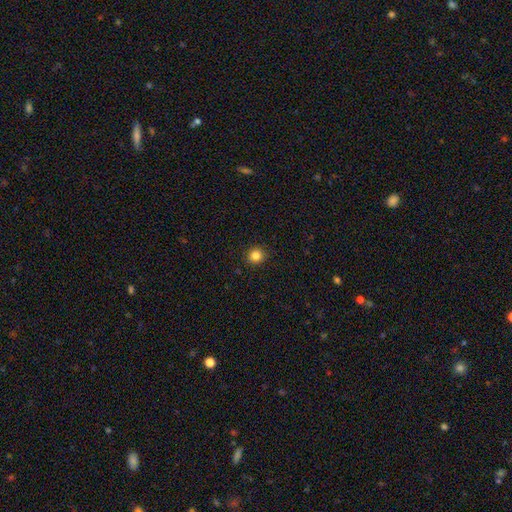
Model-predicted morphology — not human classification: The model was most divided on "smooth or featured": smooth: 84%, star or artifact: 11%, featured or disk: 5%. More confident: merging — none (92%); how rounded — round (87%).